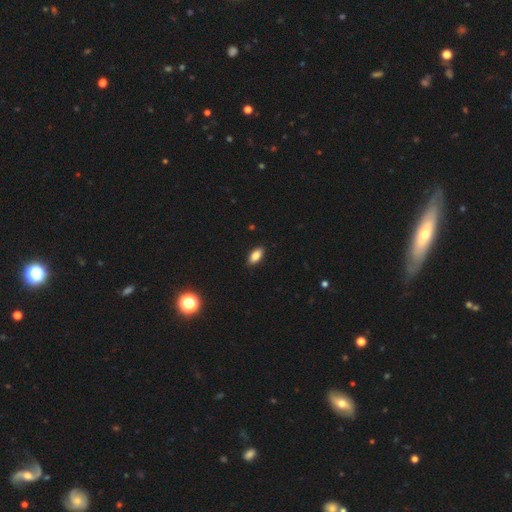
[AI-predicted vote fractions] smooth-or-featured: smooth: 83% | star or artifact: 9% | featured or disk: 8%
  how-rounded: in between: 88% | cigar-shaped: 9% | round: 3%
  merging: none: 89% | minor disturbance: 9% | major disturbance: 2% | merger: 1%